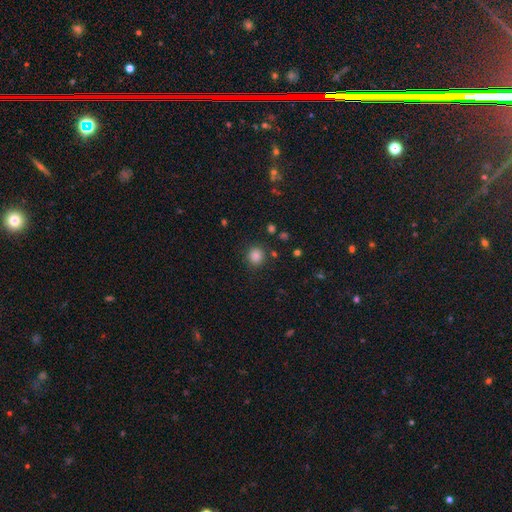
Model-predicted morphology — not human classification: smooth-or-featured: smooth: 85% | star or artifact: 12% | featured or disk: 4%
  how-rounded: round: 86% | in between: 13% | cigar-shaped: 1%
  merging: none: 86% | minor disturbance: 8% | major disturbance: 3% | merger: 2%